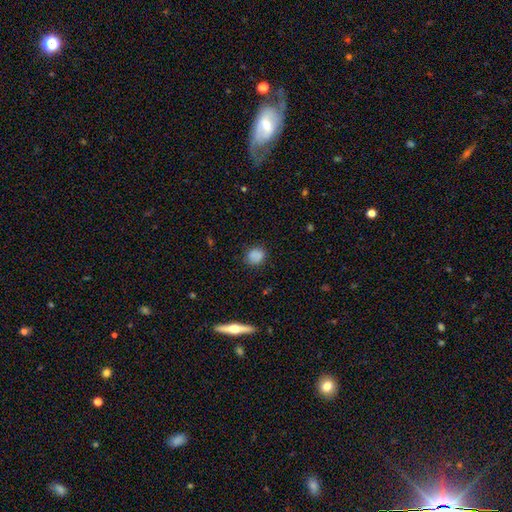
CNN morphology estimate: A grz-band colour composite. It shows a smooth galaxy with no disk features (84%) that is round (68%). Merging: none (81%).